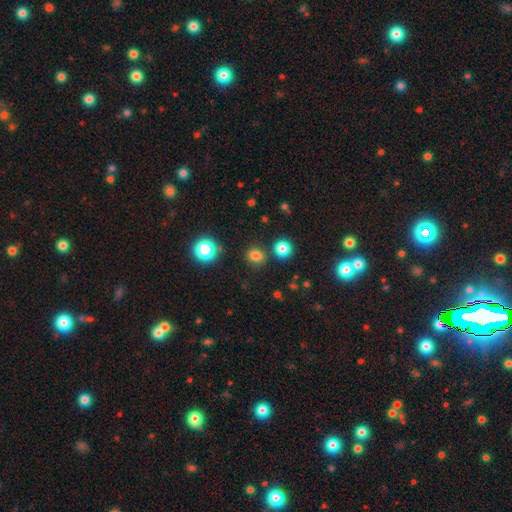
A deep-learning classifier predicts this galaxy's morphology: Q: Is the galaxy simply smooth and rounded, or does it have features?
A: smooth — 78%.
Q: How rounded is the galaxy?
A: round — 74%.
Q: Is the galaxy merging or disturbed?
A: none — 83%.